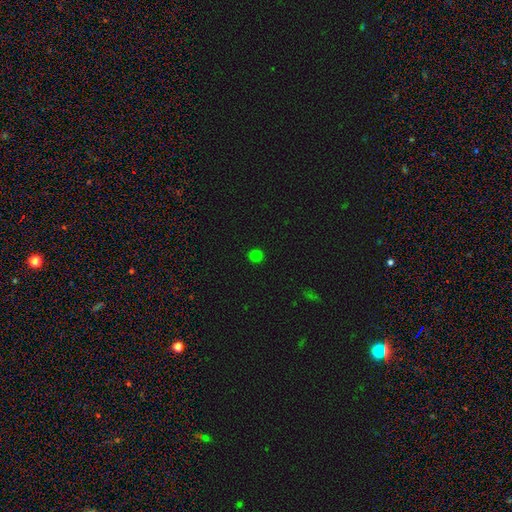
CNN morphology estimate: Overall: smooth (80%). How rounded: round (93%). Merging: none (93%).